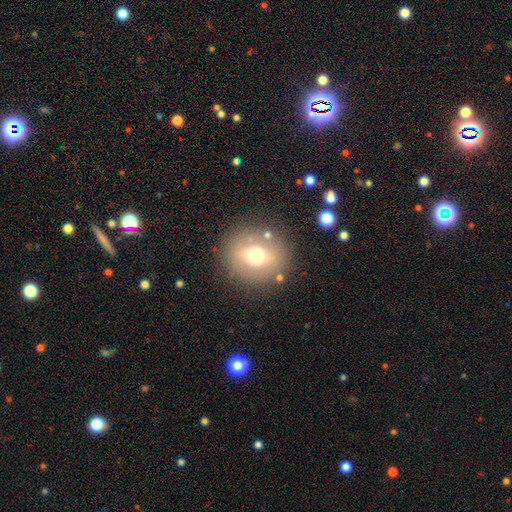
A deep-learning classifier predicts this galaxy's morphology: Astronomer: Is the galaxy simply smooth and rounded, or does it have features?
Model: smooth — 61%.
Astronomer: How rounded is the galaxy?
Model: round — 87%.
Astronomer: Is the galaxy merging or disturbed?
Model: none — 82%.